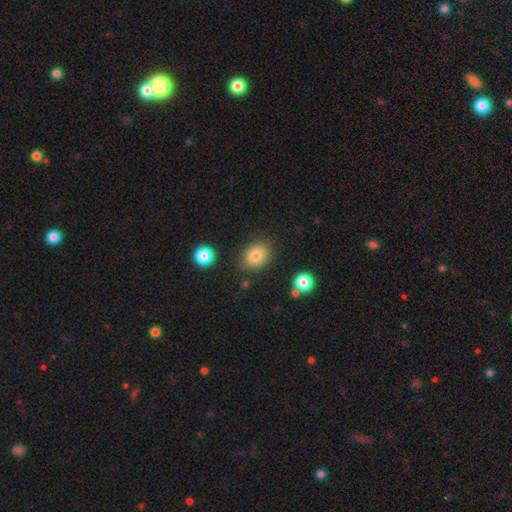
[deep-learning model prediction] This is clearly a smooth galaxy (82%). How rounded: possibly in between (56%). Merging: clearly none (82%).